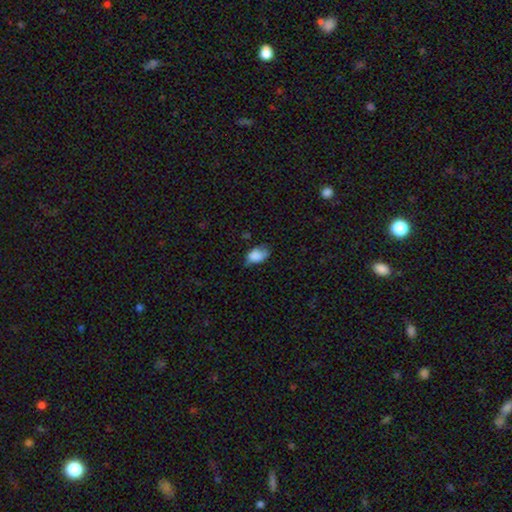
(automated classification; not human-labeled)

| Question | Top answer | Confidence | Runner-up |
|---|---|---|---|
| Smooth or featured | smooth | 82% | featured or disk (10%) |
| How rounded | in between | 85% | round (14%) |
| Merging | none | 44% | minor disturbance (41%) |